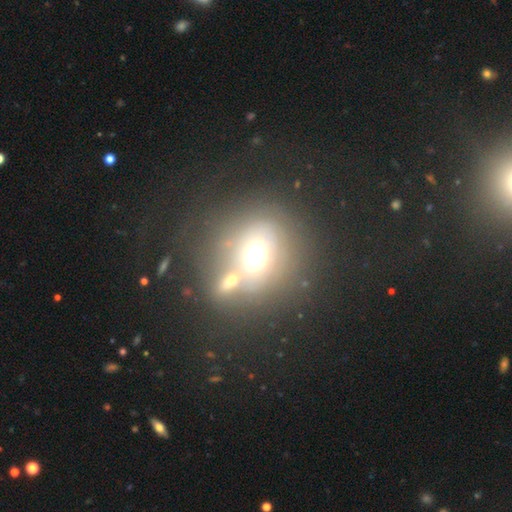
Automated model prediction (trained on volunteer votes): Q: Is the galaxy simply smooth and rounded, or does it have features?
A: smooth — 50%.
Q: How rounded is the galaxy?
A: round — 68%.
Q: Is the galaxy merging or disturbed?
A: none — 49%.